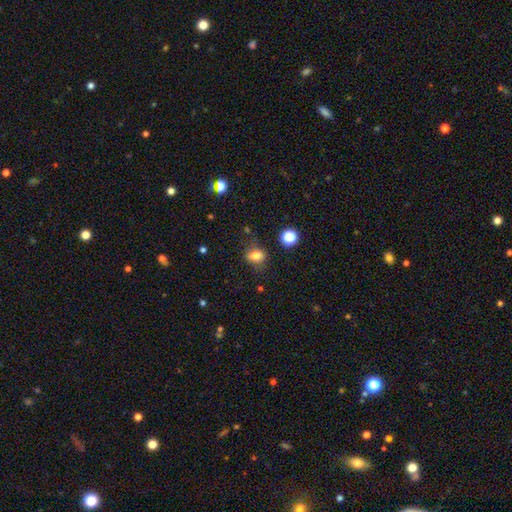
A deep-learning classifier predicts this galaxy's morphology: This is likely a smooth galaxy (73%). How rounded: likely in between (65%). Merging: likely none (71%).